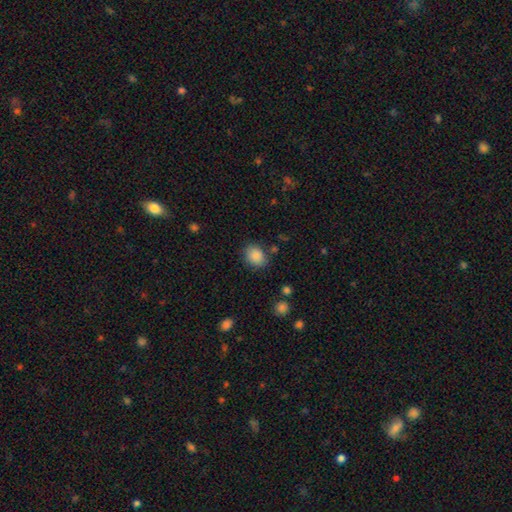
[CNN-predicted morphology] Smooth or featured? smooth (87%)
How rounded? round (50%)
Merging? none (81%)